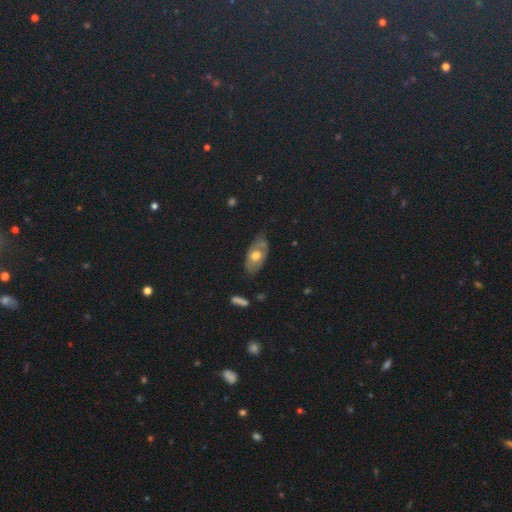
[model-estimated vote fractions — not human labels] smooth-or-featured: smooth: 49% | featured or disk: 40% | star or artifact: 11%
  merging: none: 65% | minor disturbance: 25% | major disturbance: 7% | merger: 2%